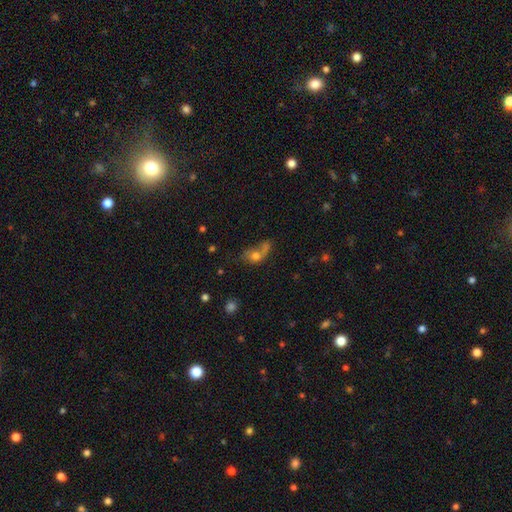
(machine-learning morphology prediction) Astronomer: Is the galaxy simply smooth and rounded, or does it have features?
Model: smooth — 58%.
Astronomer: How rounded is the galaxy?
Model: in between — 51% (runner-up: round, 45%).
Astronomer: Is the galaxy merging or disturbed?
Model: merger — 36% (runner-up: none, 29%).